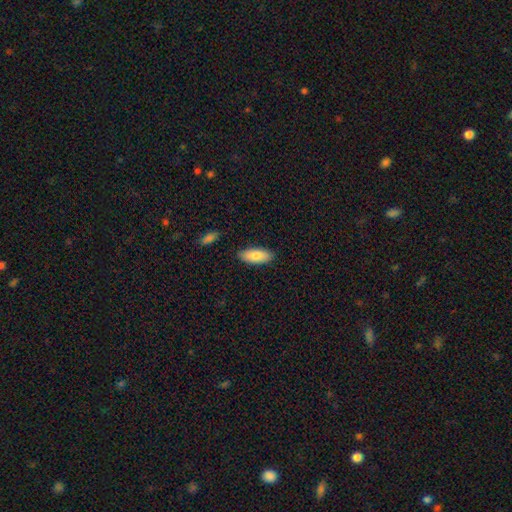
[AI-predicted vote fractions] smooth-or-featured: smooth: 83% | featured or disk: 11% | star or artifact: 6%
  how-rounded: in between: 85% | cigar-shaped: 13% | round: 2%
  merging: none: 85% | minor disturbance: 11% | major disturbance: 2% | merger: 2%